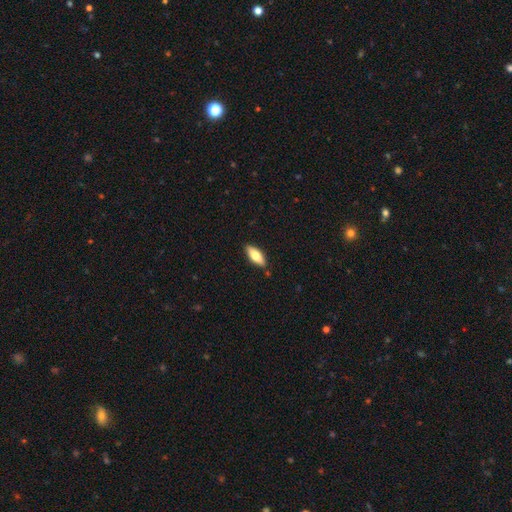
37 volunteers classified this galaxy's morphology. Volunteers were most divided on "smooth or featured": smooth: 70%, featured or disk: 24%, star or artifact: 5%. More confident: merging — none (89%); how rounded — in between (88%).